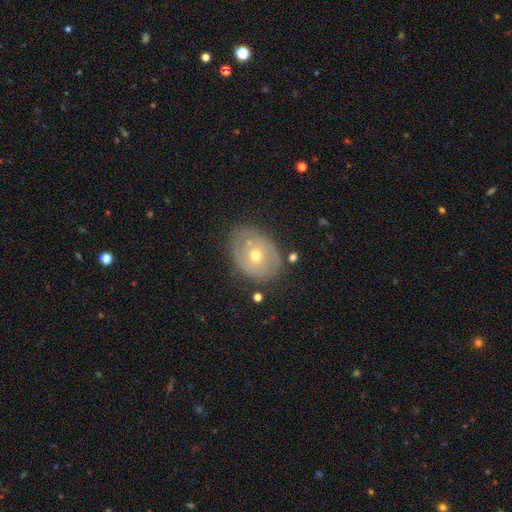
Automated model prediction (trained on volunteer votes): The model was most divided on "spiral arms": no: 53%, yes: 47%. More confident: edge-on disk — no (94%); bar — no (82%); merging — none (74%); bulge size — moderate (64%); smooth or featured — featured or disk (60%).